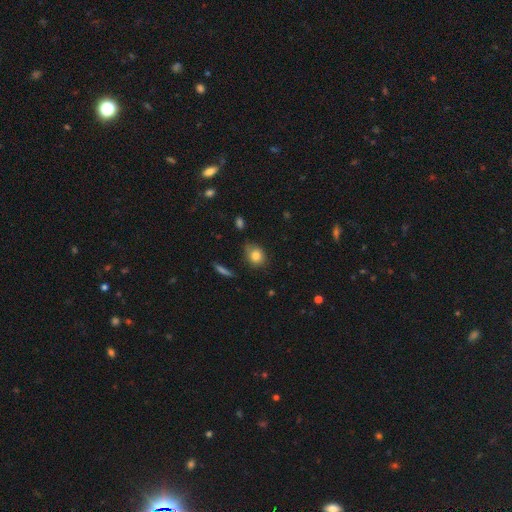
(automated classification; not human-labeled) Smooth or featured?
  - smooth: 81% *
  - featured or disk: 10%
  - star or artifact: 9%
How rounded?
  - round: 53% *
  - in between: 46%
  - cigar-shaped: 2%
Merging?
  - none: 67% *
  - minor disturbance: 25%
  - major disturbance: 5%
  - merger: 3%